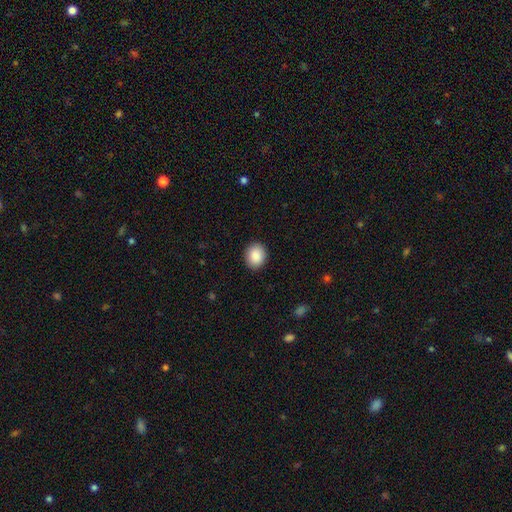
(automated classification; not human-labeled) A smooth galaxy with no disk features (90%) that is round (53%).

Vote fractions:
- Smooth or featured? smooth: 90% / star or artifact: 7% / featured or disk: 3%
- How rounded? round: 53% / in between: 46% / cigar-shaped: 1%
- Merging? none: 91% / minor disturbance: 7% / major disturbance: 2% / merger: 1%